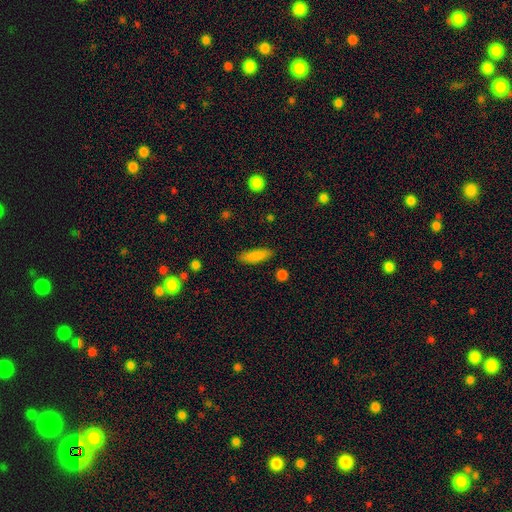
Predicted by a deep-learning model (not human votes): This is clearly a smooth galaxy (86%). How rounded: possibly in between (50%). Merging: clearly none (85%).